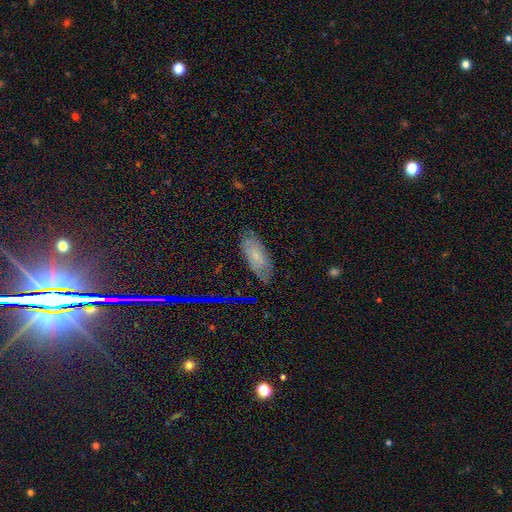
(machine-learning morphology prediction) This appears to be a smooth galaxy with no disk features (45%). Merging: none (77%).